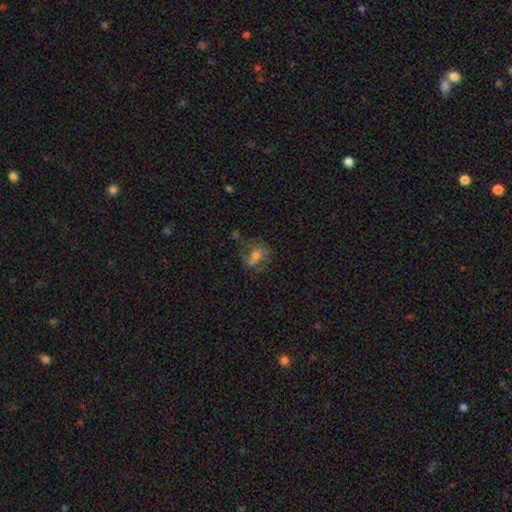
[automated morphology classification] Smooth or featured? Predicted: smooth (p=0.48). Merging? Predicted: none (p=0.38).